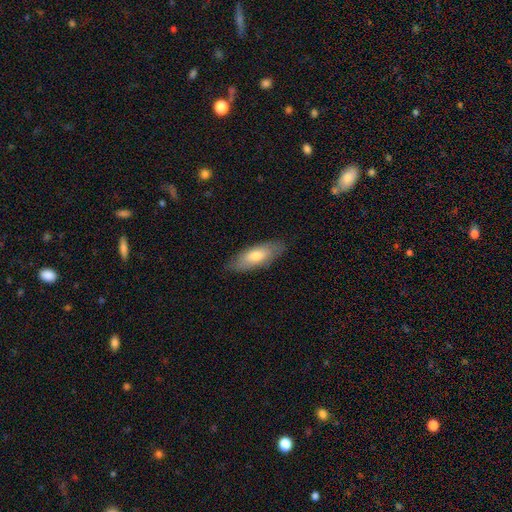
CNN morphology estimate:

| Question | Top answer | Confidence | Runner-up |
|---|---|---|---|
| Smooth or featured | smooth | 71% | featured or disk (24%) |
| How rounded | in between | 67% | cigar-shaped (31%) |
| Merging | none | 82% | minor disturbance (14%) |